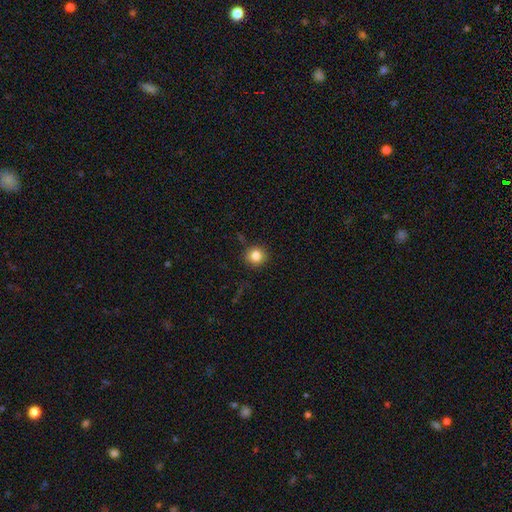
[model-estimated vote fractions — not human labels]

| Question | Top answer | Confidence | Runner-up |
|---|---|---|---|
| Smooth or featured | smooth | 83% | star or artifact (11%) |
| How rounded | round | 91% | in between (8%) |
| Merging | none | 89% | minor disturbance (7%) |